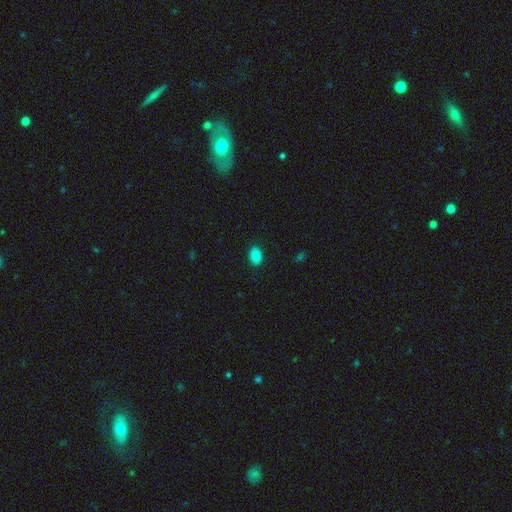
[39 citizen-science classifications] Smooth or featured?
  - smooth: 82% *
  - featured or disk: 15%
  - star or artifact: 3%
How rounded?
  - in between: 91% *
  - round: 9%
  - cigar-shaped: 0%
Merging?
  - none: 87% *
  - minor disturbance: 13%
  - major disturbance: 0%
  - merger: 0%